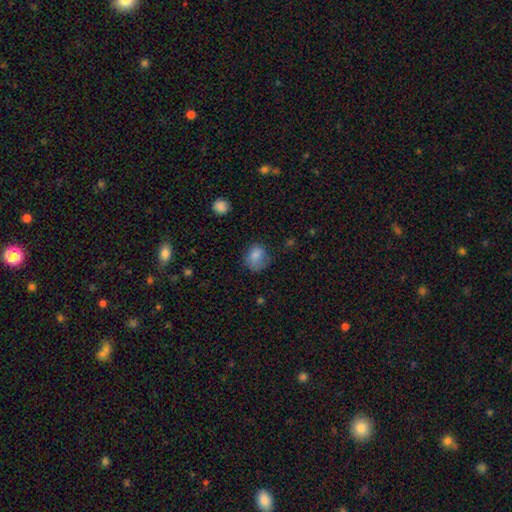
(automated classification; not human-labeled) smooth_or_featured: smooth (p=0.81) [alt: star or artifact p=0.10]
how_rounded: round (p=0.59) [alt: in between p=0.40]
merging: none (p=0.56) [alt: minor disturbance p=0.28]